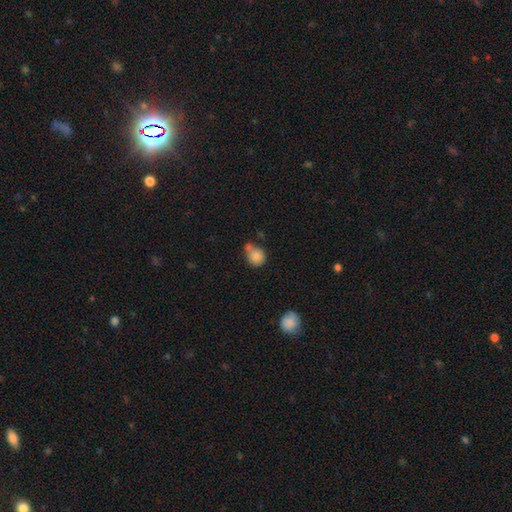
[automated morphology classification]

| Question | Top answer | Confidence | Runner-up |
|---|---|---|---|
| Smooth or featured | smooth | 83% | star or artifact (9%) |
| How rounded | round | 72% | in between (27%) |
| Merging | none | 45% | merger (30%) |